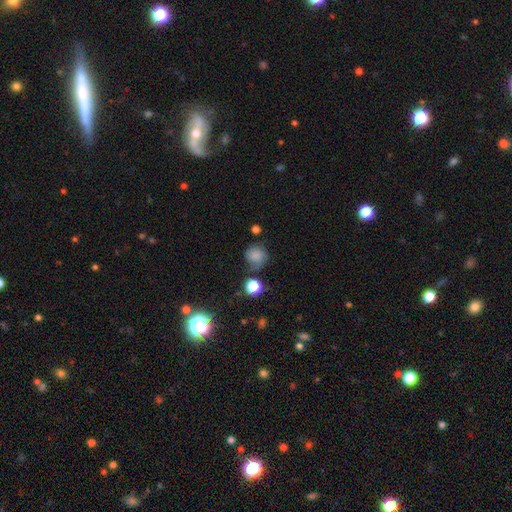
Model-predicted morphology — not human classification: Smooth or featured?
  - smooth: 74% *
  - star or artifact: 13%
  - featured or disk: 12%
How rounded?
  - round: 83% *
  - in between: 16%
  - cigar-shaped: 1%
Merging?
  - none: 58% *
  - minor disturbance: 24%
  - major disturbance: 11%
  - merger: 7%